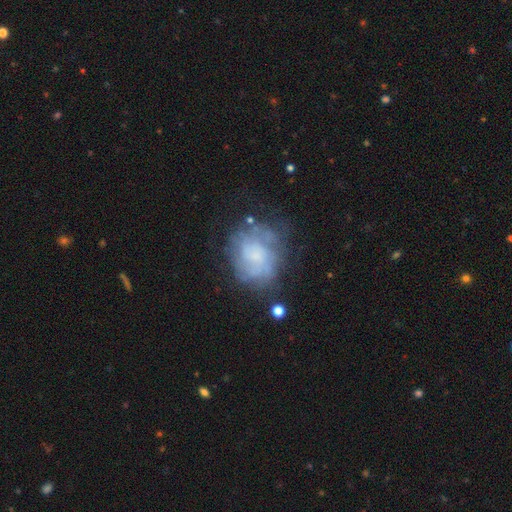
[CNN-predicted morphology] This is possibly a featured or disk galaxy (56%). It is clearly not viewed edge-on (97%). Bar: likely no (77%). Spiral arm pattern: likely yes (61%). Central bulge: marginally small (37%). Merging: possibly none (58%).